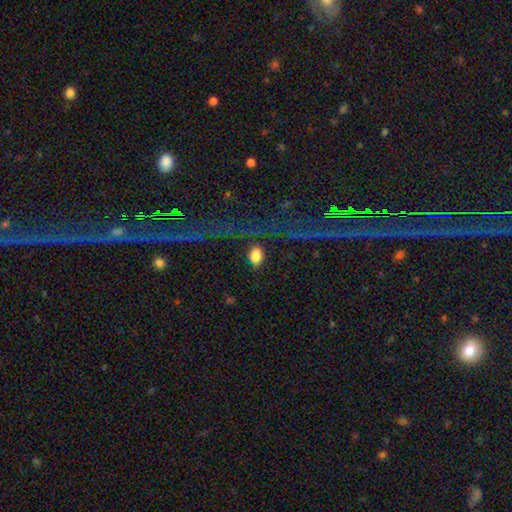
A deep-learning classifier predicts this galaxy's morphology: Smooth or featured?
  - smooth: 82% *
  - star or artifact: 11%
  - featured or disk: 8%
How rounded?
  - in between: 72% *
  - round: 26%
  - cigar-shaped: 2%
Merging?
  - none: 79% *
  - minor disturbance: 12%
  - major disturbance: 6%
  - merger: 3%